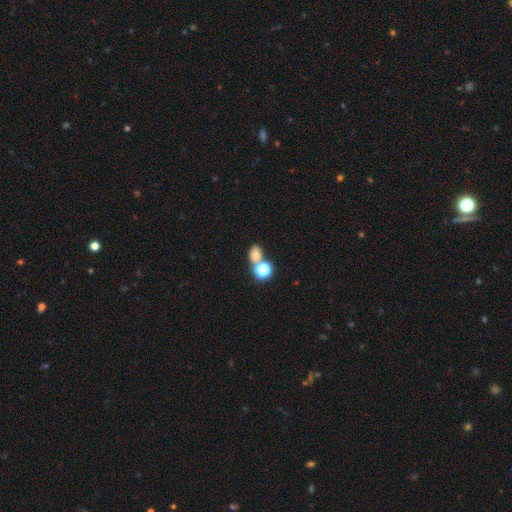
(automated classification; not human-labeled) Overall: smooth (70%). How rounded: in between (58%; round 40%). Merging: none (45%; merger 41%).